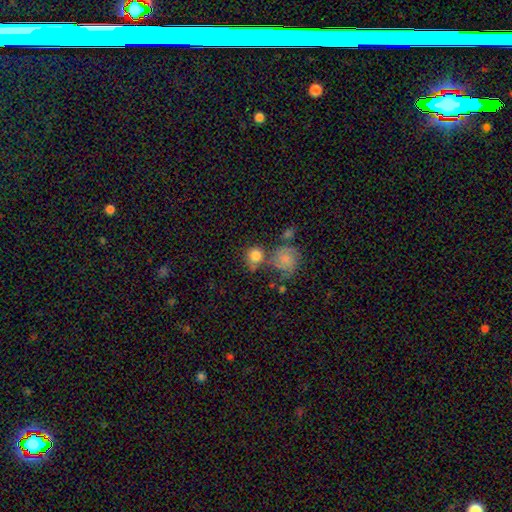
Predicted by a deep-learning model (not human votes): The model was most divided on "merging": none: 51%, merger: 26%, minor disturbance: 14%, major disturbance: 8%. More confident: how rounded — round (83%); smooth or featured — smooth (79%).